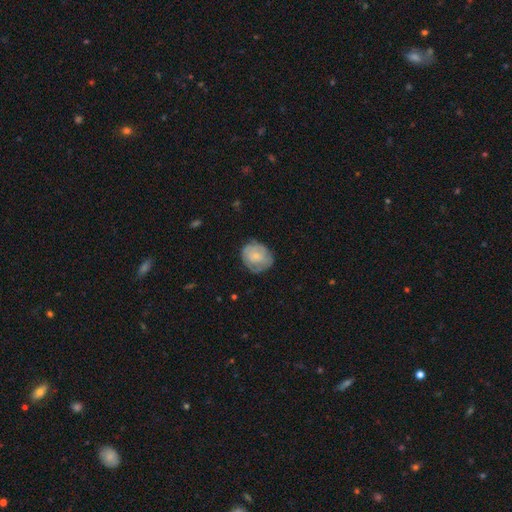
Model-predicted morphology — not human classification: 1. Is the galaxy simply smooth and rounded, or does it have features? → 54% smooth, 40% featured or disk, 7% star or artifact.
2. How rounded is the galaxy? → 65% round, 34% in between, 1% cigar-shaped.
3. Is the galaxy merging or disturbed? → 64% none, 26% minor disturbance, 9% major disturbance, 1% merger.